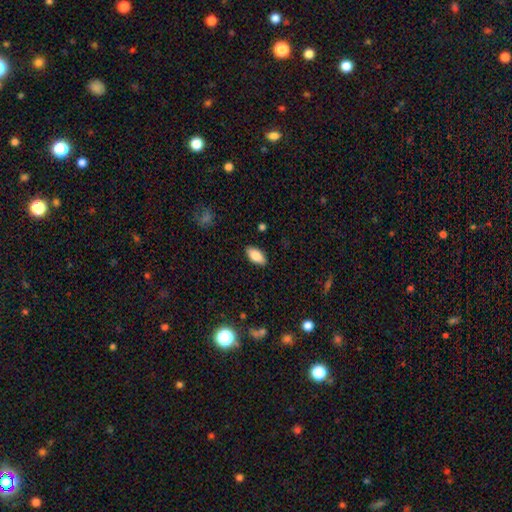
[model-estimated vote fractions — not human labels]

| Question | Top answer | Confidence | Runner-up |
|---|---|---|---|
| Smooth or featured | smooth | 83% | featured or disk (10%) |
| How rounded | in between | 90% | cigar-shaped (8%) |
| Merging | none | 88% | minor disturbance (9%) |